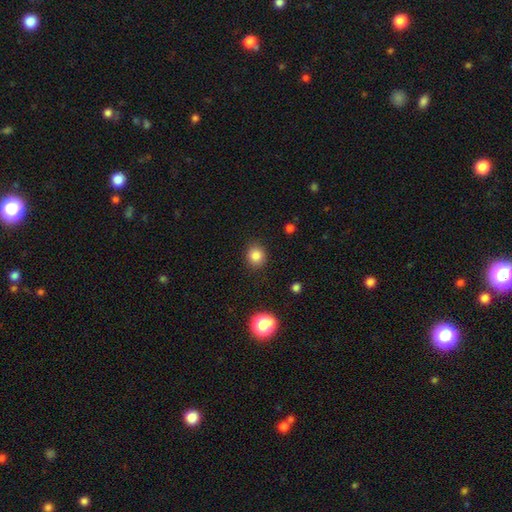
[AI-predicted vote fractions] This appears to be a smooth galaxy with no disk features (84%) that is round (82%). Merging: none (88%).